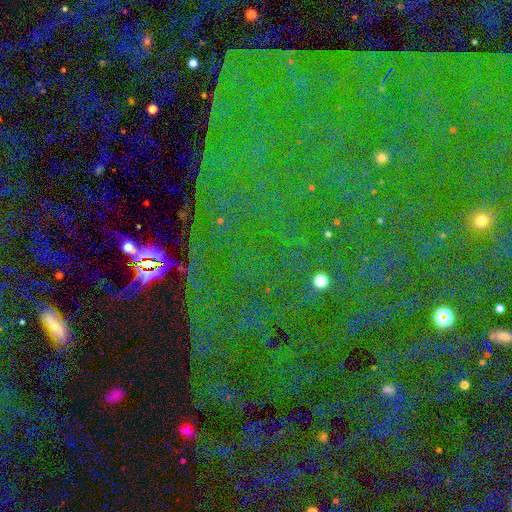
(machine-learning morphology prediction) Smooth or featured?
  - star or artifact: 82% *
  - smooth: 9%
  - featured or disk: 8%